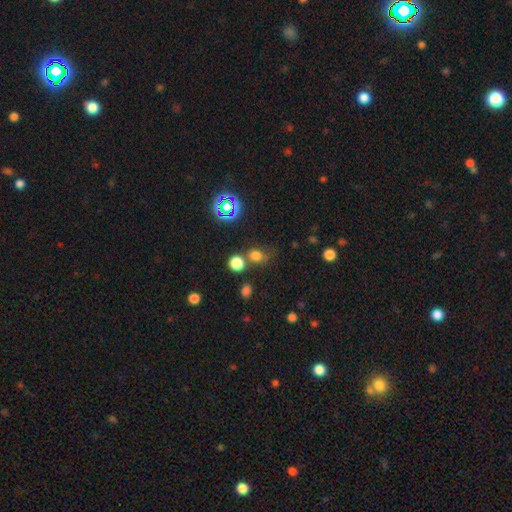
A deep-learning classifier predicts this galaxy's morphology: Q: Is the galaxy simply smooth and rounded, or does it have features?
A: smooth — 69%.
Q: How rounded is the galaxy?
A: round — 69%.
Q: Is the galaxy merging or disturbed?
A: none — 61%.